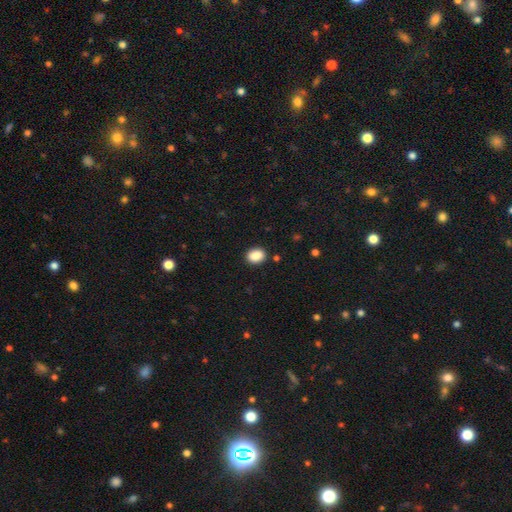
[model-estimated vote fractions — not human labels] smooth_or_featured: smooth (p=0.89) [alt: star or artifact p=0.08]
how_rounded: in between (p=0.62) [alt: round p=0.37]
merging: none (p=0.89) [alt: minor disturbance p=0.08]